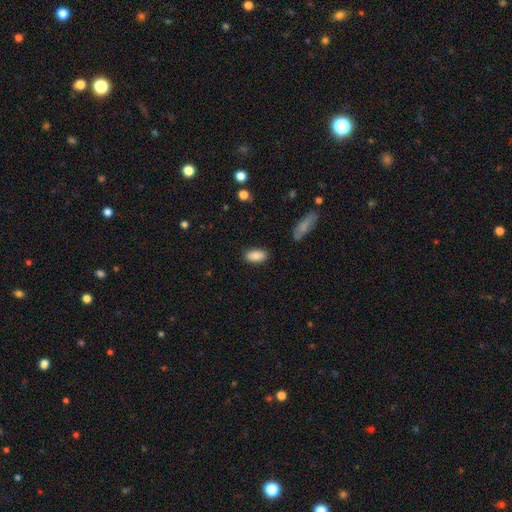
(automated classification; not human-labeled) Smooth or featured? smooth (86%)
How rounded? in between (92%)
Merging? none (86%)